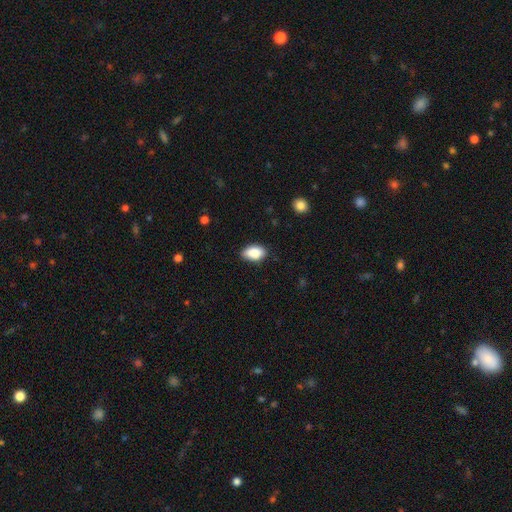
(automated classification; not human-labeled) The model was most divided on "merging": none: 83%, minor disturbance: 13%, major disturbance: 2%, merger: 1%. More confident: how rounded — in between (92%); smooth or featured — smooth (88%).